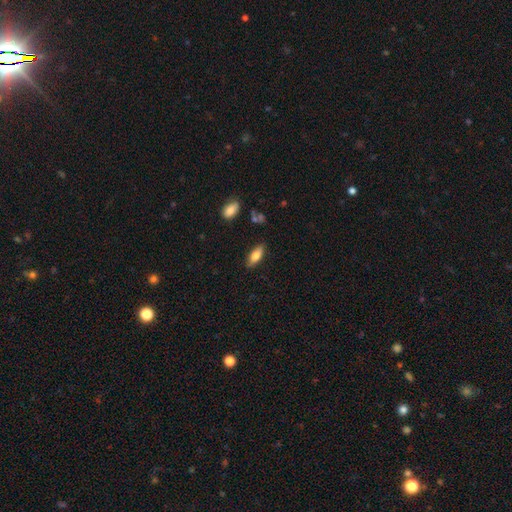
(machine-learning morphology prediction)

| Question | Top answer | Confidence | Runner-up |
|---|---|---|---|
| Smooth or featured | smooth | 74% | featured or disk (19%) |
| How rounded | in between | 76% | cigar-shaped (22%) |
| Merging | none | 85% | minor disturbance (11%) |